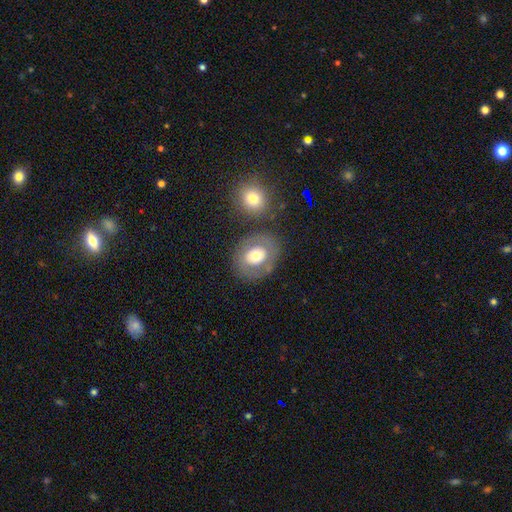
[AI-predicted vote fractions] smooth-or-featured: smooth: 57% | featured or disk: 34% | star or artifact: 8%
  how-rounded: round: 57% | in between: 42% | cigar-shaped: 1%
  merging: none: 73% | minor disturbance: 12% | merger: 9% | major disturbance: 6%